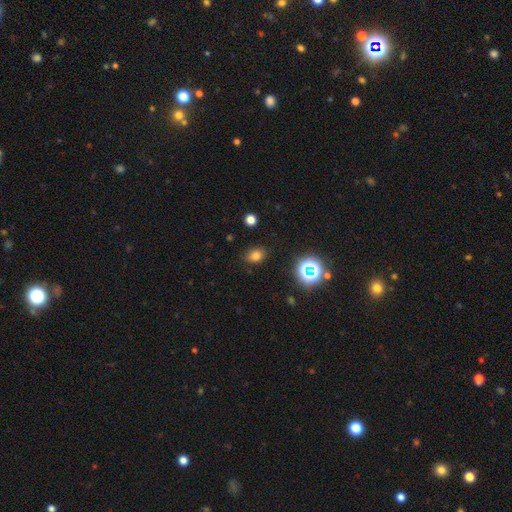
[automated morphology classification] A smooth galaxy with no disk features (75%) that is in between round and cigar-shaped (55%). Merging: none (86%).